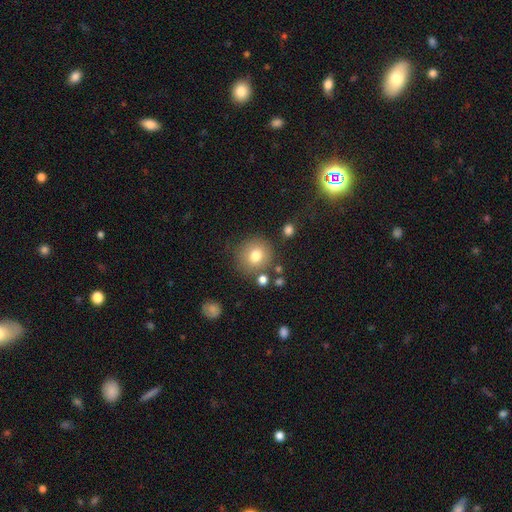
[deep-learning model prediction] Smooth or featured? smooth (77%)
How rounded? round (90%)
Merging? none (79%)